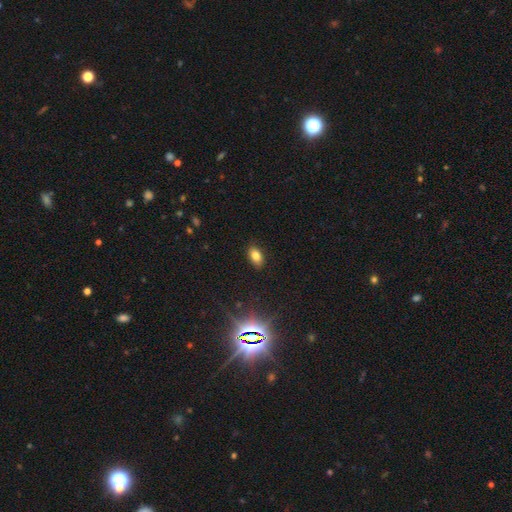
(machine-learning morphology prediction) This is likely a smooth galaxy (78%). How rounded: clearly in between (89%). Merging: clearly none (87%).